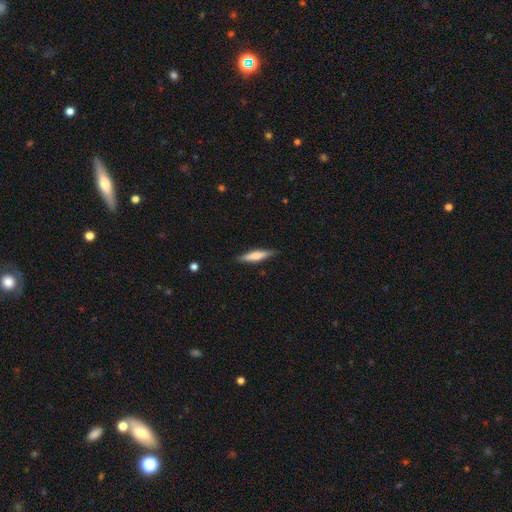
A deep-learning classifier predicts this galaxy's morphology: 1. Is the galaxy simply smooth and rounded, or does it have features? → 59% smooth, 35% featured or disk, 6% star or artifact.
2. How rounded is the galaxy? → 83% cigar-shaped, 16% in between, 2% round.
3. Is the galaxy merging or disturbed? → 87% none, 10% minor disturbance, 2% major disturbance, 1% merger.